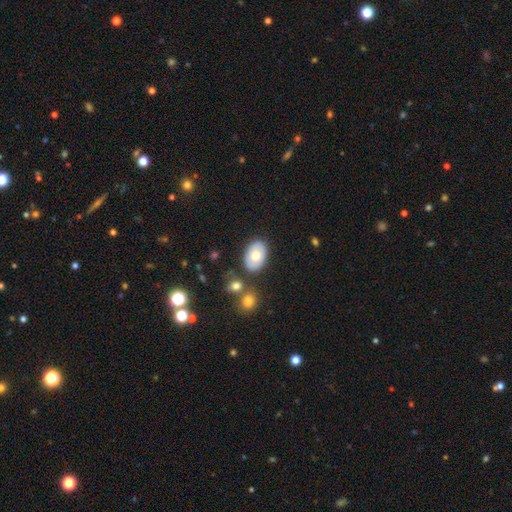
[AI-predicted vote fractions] Morphology: type=smooth (66%); roundness=in between (85%); merging=none (78%).